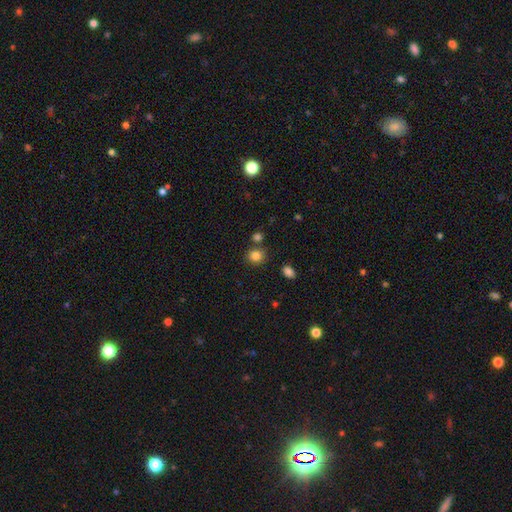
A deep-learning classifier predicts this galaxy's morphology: Smooth or featured?
  - smooth: 85% *
  - star or artifact: 11%
  - featured or disk: 5%
How rounded?
  - round: 80% *
  - in between: 19%
  - cigar-shaped: 1%
Merging?
  - none: 78% *
  - merger: 9%
  - minor disturbance: 9%
  - major disturbance: 3%